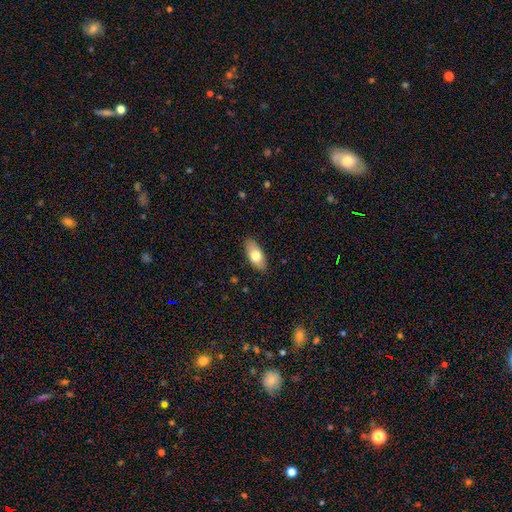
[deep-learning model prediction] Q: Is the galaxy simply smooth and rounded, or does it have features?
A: smooth — 74%.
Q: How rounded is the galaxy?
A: in between — 88%.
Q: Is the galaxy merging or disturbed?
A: none — 87%.